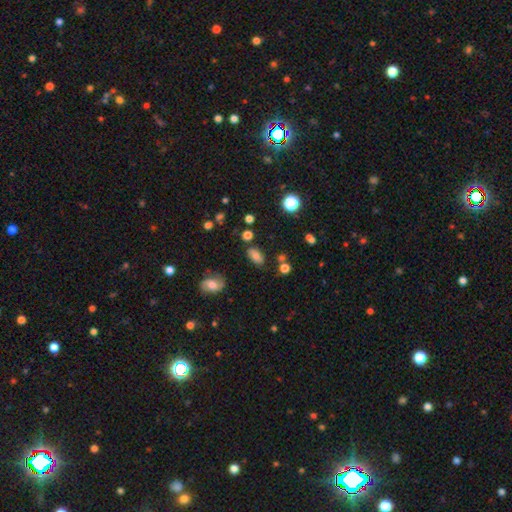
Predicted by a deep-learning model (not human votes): Overall: smooth (69%). How rounded: in between (87%). Merging: none (77%).